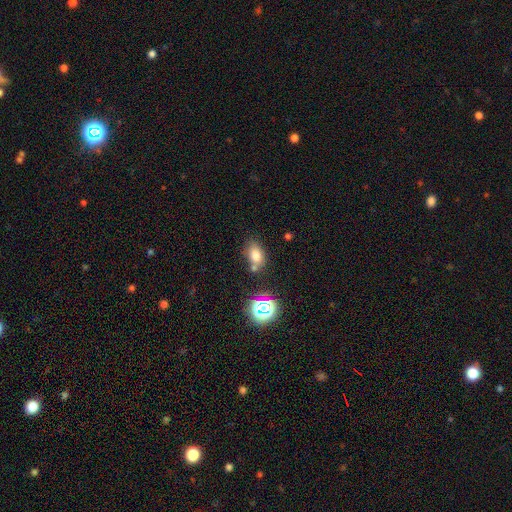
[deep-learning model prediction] Smooth or featured: smooth — 74% (star or artifact — 16%)
How rounded: in between — 80% (round — 17%)
Merging: none — 61% (merger — 18%)